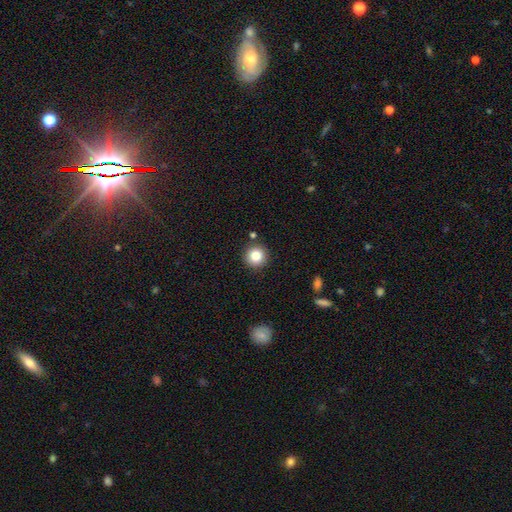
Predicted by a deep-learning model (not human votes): Overall: smooth (83%). How rounded: round (94%). Merging: none (88%).